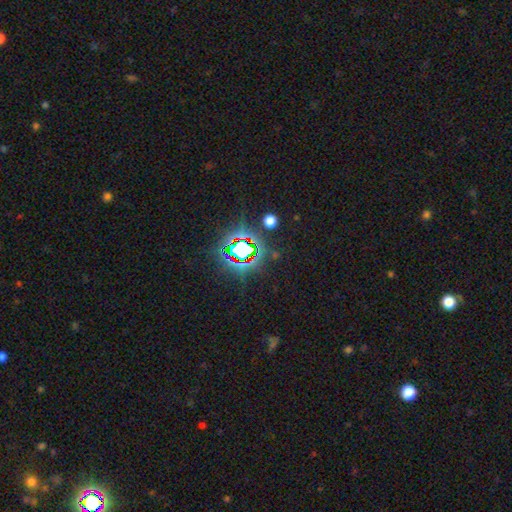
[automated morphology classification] This appears to be a star or artifact, not a galaxy (83%).